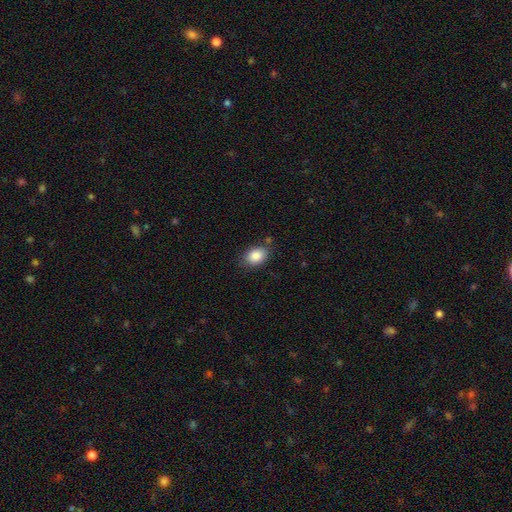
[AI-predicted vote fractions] smooth 87%, star or artifact 8%, featured or disk 6%. Down the decision tree: how rounded — in between (80%); merging — none (77%).